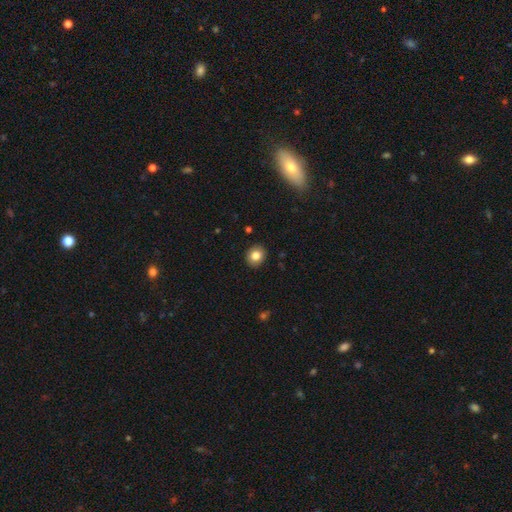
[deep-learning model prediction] This appears to be a smooth galaxy with no disk features (82%) that is round (73%). Merging: none (90%).